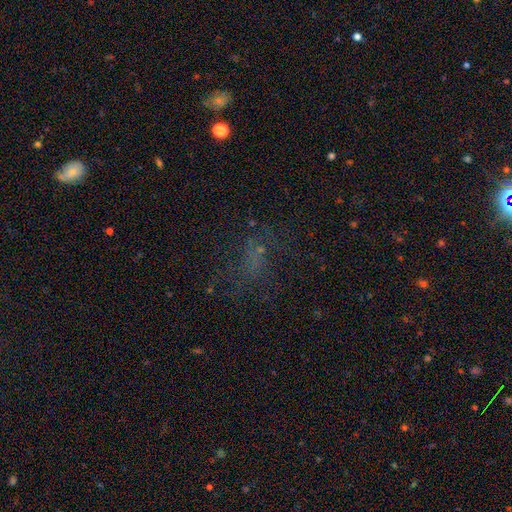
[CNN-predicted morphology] Q: Smooth or featured?
A: smooth (40%); runner-up: star or artifact (36%)
Q: Merging?
A: none (52%); runner-up: major disturbance (27%)